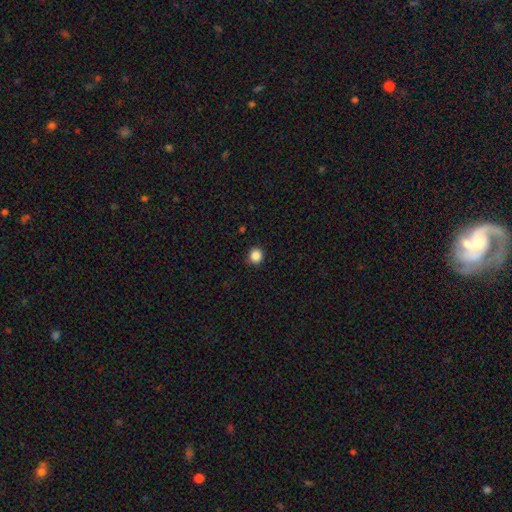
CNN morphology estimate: This is clearly a smooth galaxy (86%). How rounded: clearly round (93%). Merging: clearly none (91%).